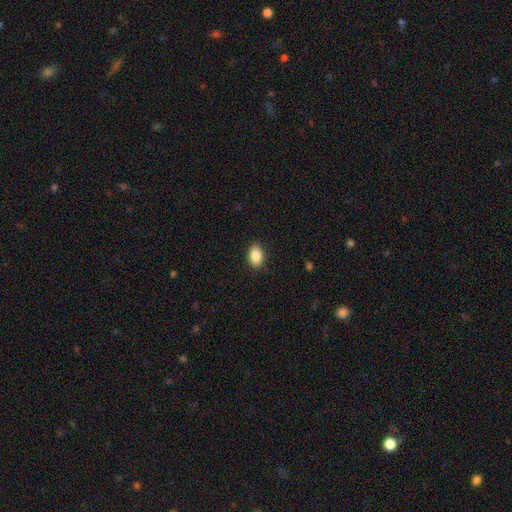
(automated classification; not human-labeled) Smooth or featured? smooth (87%)
How rounded? in between (87%)
Merging? none (89%)